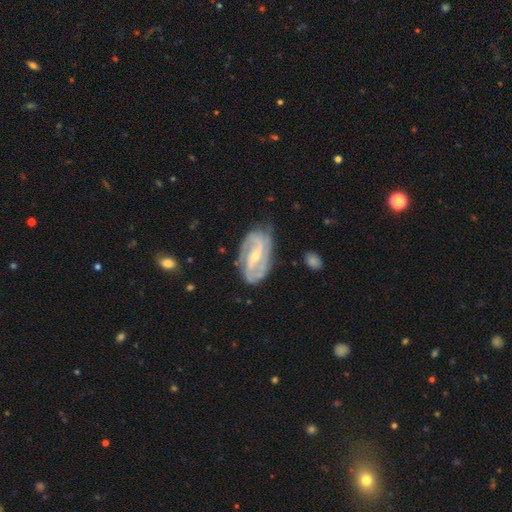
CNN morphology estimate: This is clearly a featured or disk galaxy (87%). It is clearly not viewed edge-on (96%). Bar: marginally weak (43%). Spiral arm pattern: clearly yes (96%). Spiral arm count: likely 2 (61%). Spiral winding: marginally medium (43%). Central bulge: likely small (65%). Merging: likely none (69%).